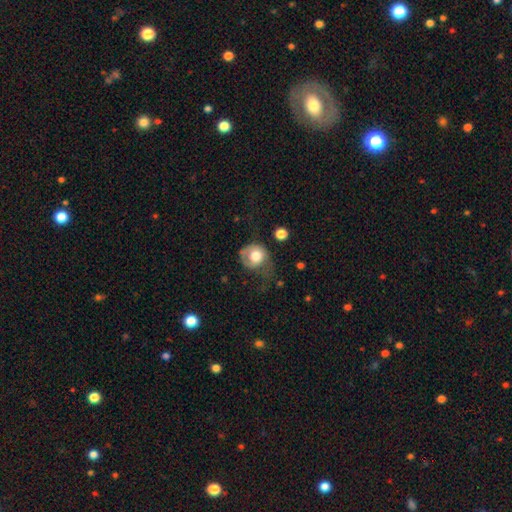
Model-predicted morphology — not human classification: Q: Smooth or featured?
A: smooth (67%); runner-up: featured or disk (26%)
Q: How rounded?
A: round (72%); runner-up: in between (27%)
Q: Merging?
A: major disturbance (41%); runner-up: minor disturbance (29%)